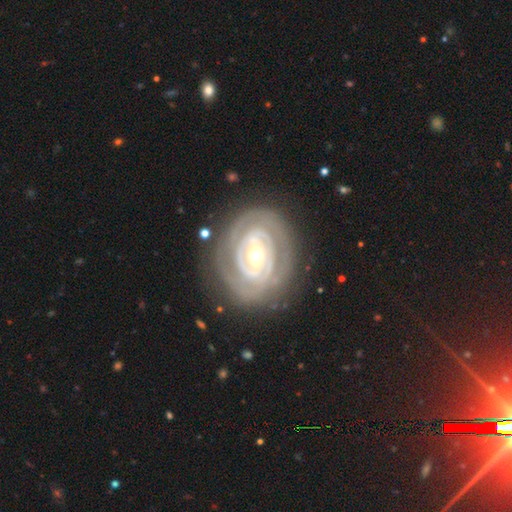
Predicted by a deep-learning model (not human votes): Morphology: type=featured or disk (86%); edge-on=no (96%); bar=weak (35%); spiral arms=yes (79%); winding=tight (80%); arm count=can't tell (37%); bulge=moderate (49%); merging=none (78%).